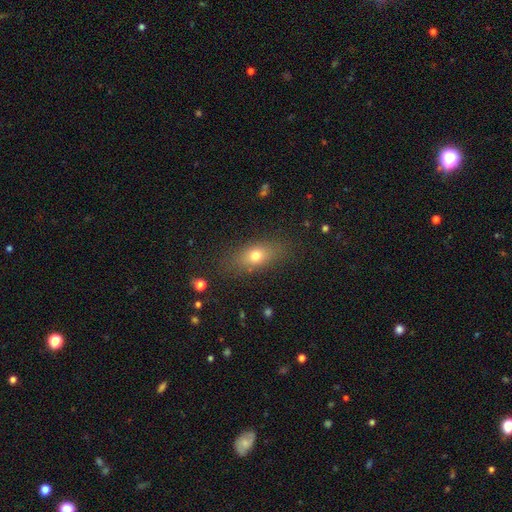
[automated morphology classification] Smooth or featured: smooth — 72% (featured or disk — 16%)
How rounded: in between — 72% (round — 15%)
Merging: none — 81% (minor disturbance — 12%)